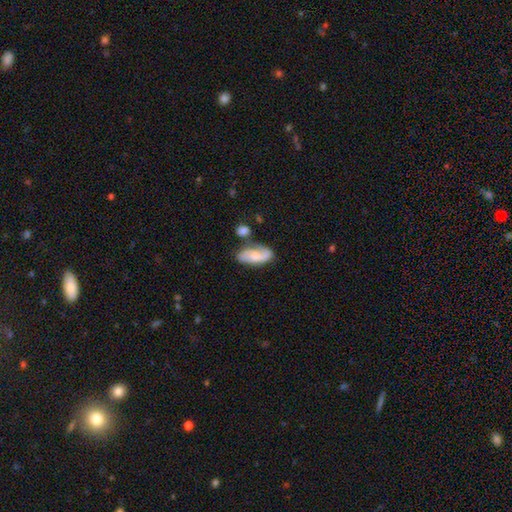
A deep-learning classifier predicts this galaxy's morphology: smooth-or-featured: featured or disk: 49% | smooth: 44% | star or artifact: 7%
  merging: none: 54% | minor disturbance: 23% | merger: 14% | major disturbance: 9%